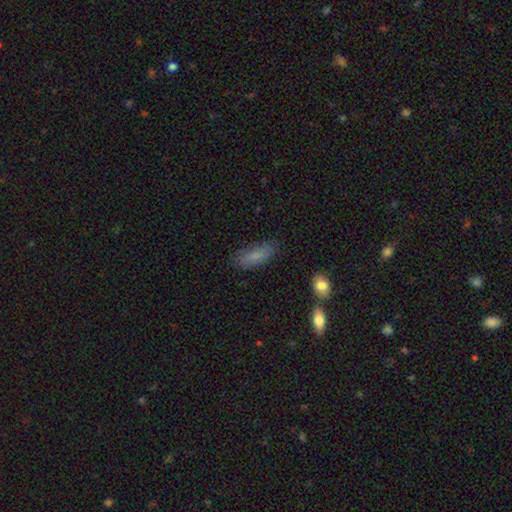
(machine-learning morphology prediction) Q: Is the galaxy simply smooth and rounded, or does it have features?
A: smooth — 78%.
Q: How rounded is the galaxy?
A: in between — 69%.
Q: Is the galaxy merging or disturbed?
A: none — 77%.